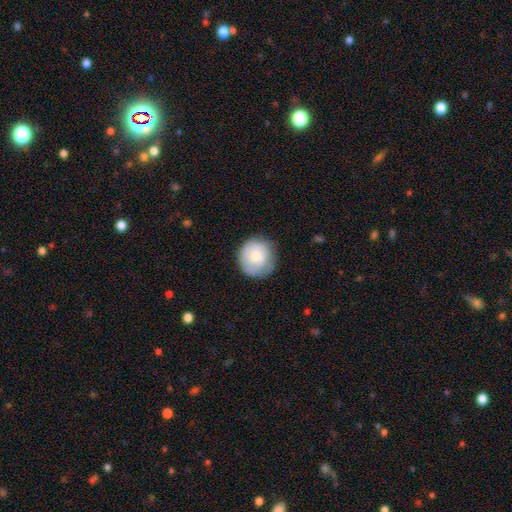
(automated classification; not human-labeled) Q: Smooth or featured?
A: smooth (62%); runner-up: featured or disk (32%)
Q: How rounded?
A: round (90%); runner-up: in between (9%)
Q: Merging?
A: none (73%); runner-up: minor disturbance (20%)